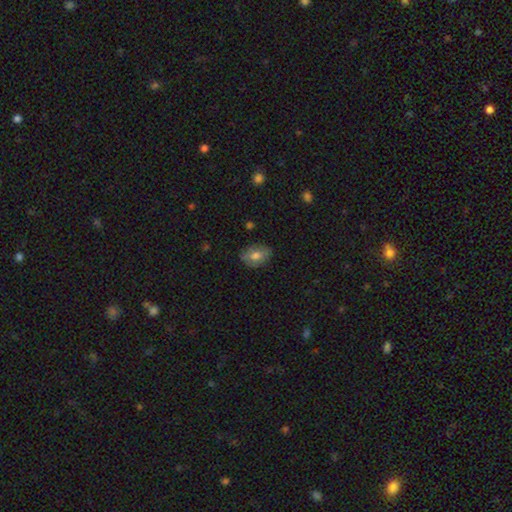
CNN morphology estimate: The model was most divided on "smooth or featured": smooth: 68%, featured or disk: 24%, star or artifact: 8%. More confident: how rounded — in between (79%); merging — none (76%).